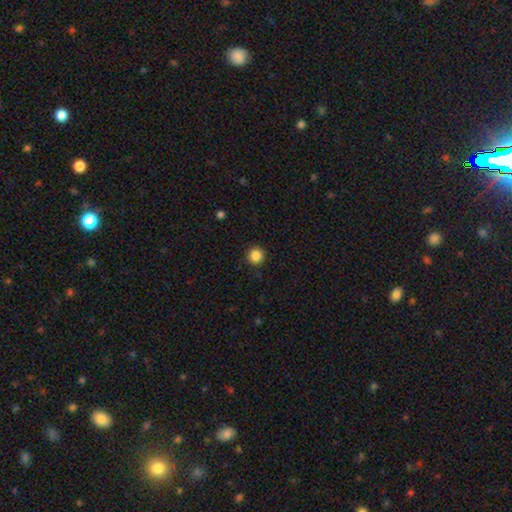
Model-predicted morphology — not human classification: This is clearly a smooth galaxy (86%). How rounded: clearly round (95%). Merging: clearly none (92%).